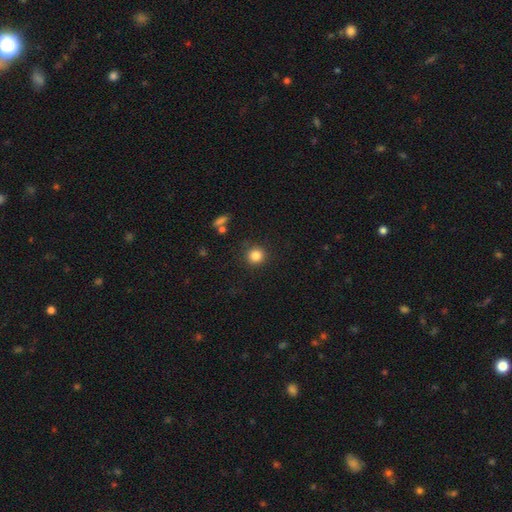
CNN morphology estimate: Smooth or featured? smooth (84%)
How rounded? round (92%)
Merging? none (88%)